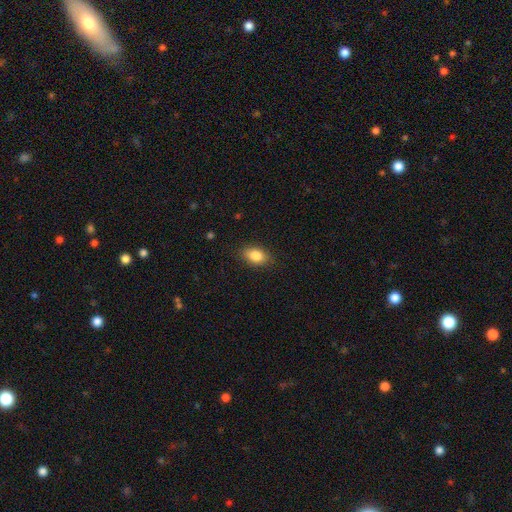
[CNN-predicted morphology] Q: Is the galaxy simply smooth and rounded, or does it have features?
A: smooth — 85%.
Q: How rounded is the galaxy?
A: in between — 85%.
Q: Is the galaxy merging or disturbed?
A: none — 85%.